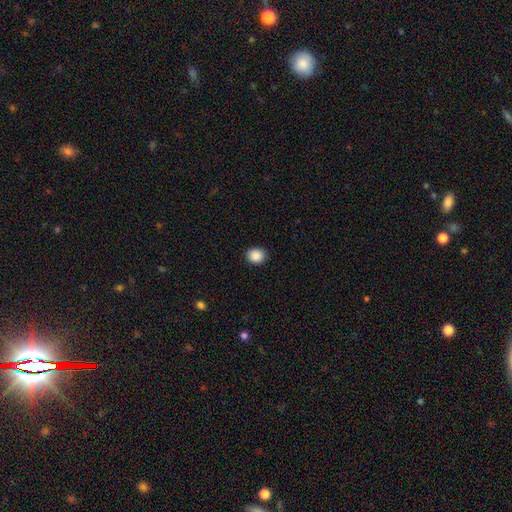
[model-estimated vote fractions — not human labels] A smooth galaxy with no disk features (89%) that is round (78%). Merging: none (91%).